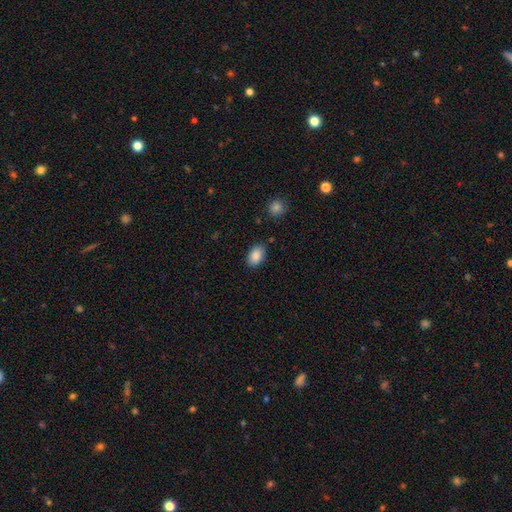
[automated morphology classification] A smooth galaxy with no disk features (87%) that is in between round and cigar-shaped (88%).

Vote fractions:
- Smooth or featured? smooth: 87% / star or artifact: 7% / featured or disk: 5%
- How rounded? in between: 88% / round: 11% / cigar-shaped: 1%
- Merging? none: 84% / minor disturbance: 11% / major disturbance: 3% / merger: 2%